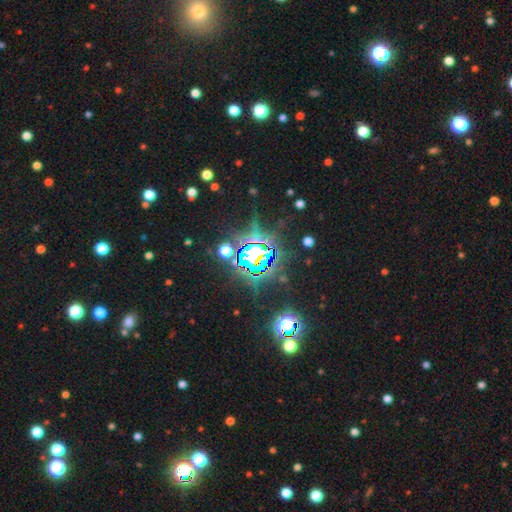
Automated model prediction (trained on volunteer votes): The model was most divided on "smooth or featured": star or artifact: 83%, smooth: 9%, featured or disk: 8%.